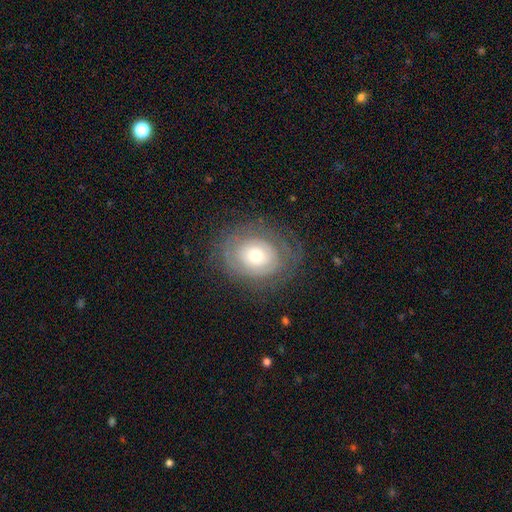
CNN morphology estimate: Overall: featured or disk (47%; smooth 43%). Merging: none (72%).